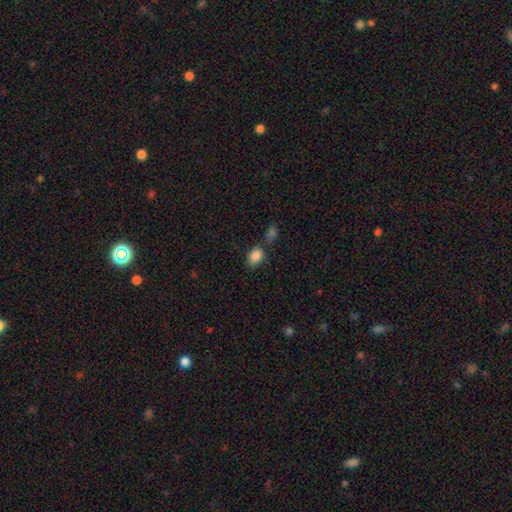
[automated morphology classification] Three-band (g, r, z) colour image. It shows a smooth galaxy with no disk features (86%) that is in between round and cigar-shaped (83%). Merging: none (58%).